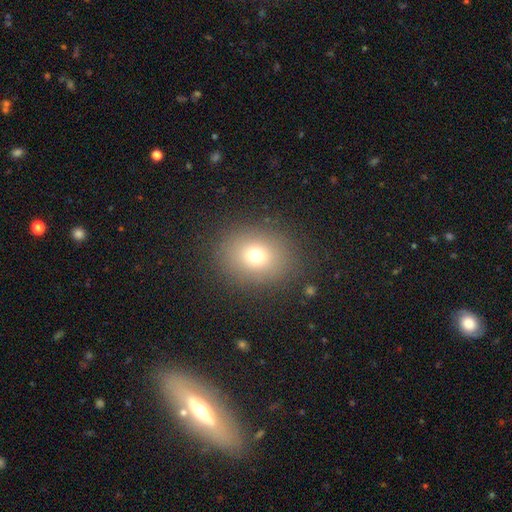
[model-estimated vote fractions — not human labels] Q: Smooth or featured?
A: smooth (72%); runner-up: star or artifact (16%)
Q: How rounded?
A: round (67%); runner-up: in between (32%)
Q: Merging?
A: none (86%); runner-up: minor disturbance (8%)